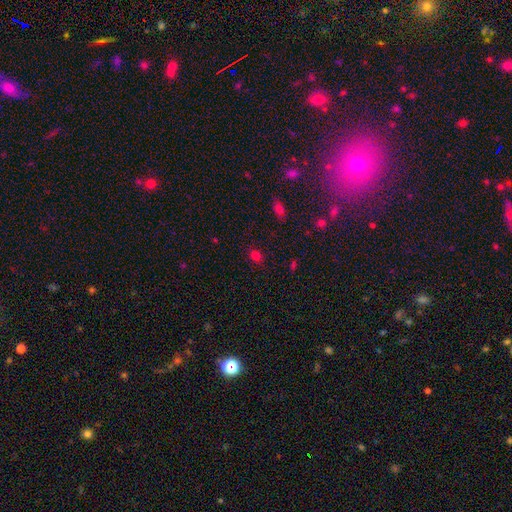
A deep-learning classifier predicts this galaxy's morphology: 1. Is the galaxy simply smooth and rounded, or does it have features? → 74% smooth, 20% star or artifact, 6% featured or disk.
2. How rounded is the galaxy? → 49% in between (tied), 49% round (tied), 2% cigar-shaped.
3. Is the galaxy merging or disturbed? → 83% none, 12% minor disturbance, 3% major disturbance, 2% merger.